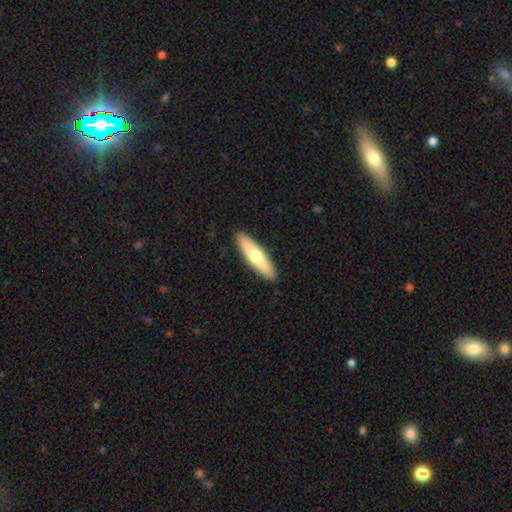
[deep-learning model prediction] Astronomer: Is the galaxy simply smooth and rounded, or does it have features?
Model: smooth — 61%.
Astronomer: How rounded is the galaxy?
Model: cigar-shaped — 73%.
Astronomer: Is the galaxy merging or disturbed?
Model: none — 91%.